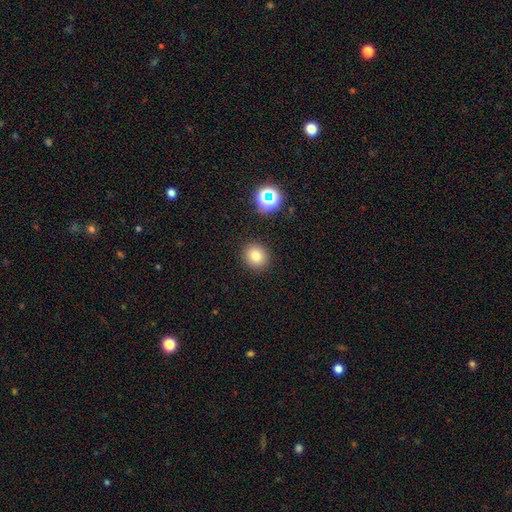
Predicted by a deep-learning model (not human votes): smooth 79%, star or artifact 14%, featured or disk 7%. Down the decision tree: how rounded — round (81%); merging — none (89%).